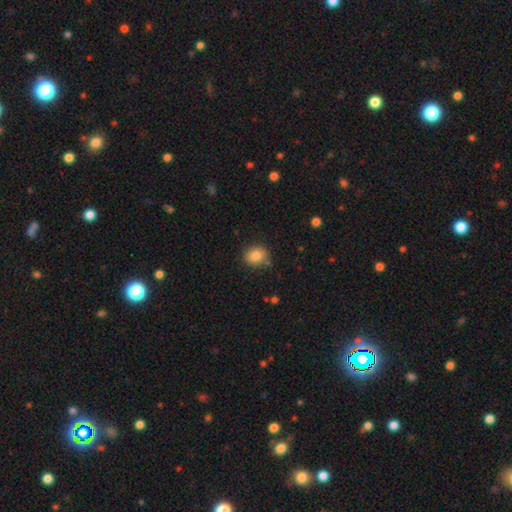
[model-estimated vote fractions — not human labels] Smooth or featured: smooth — 84% (star or artifact — 10%)
How rounded: round — 70% (in between — 29%)
Merging: none — 80% (minor disturbance — 13%)